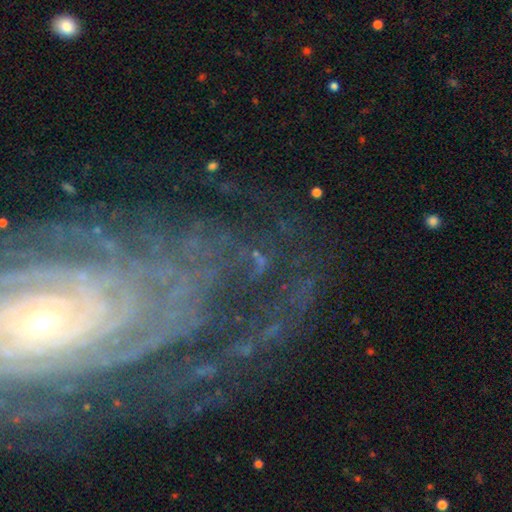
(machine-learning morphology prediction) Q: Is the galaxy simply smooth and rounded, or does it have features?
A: featured or disk — 65%.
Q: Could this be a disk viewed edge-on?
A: no — 94%.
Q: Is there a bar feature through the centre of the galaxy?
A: no — 55%.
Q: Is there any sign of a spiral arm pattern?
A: yes — 87%.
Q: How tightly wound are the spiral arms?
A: tight — 63%.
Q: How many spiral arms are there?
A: can't tell — 33%.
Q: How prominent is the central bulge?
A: small — 62%.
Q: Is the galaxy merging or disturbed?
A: none — 63%.